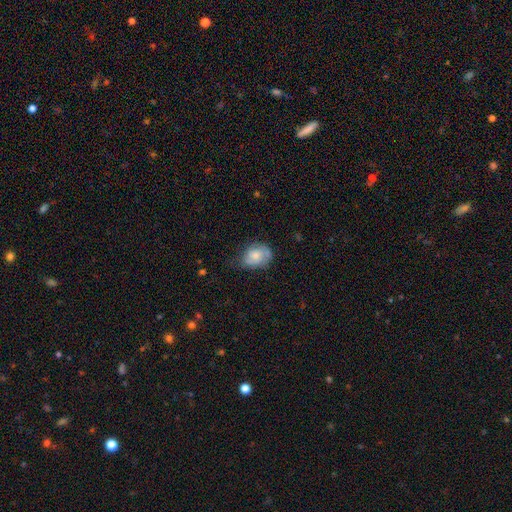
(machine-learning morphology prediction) A smooth galaxy with no disk features (64%) that is in between round and cigar-shaped (64%).

Vote fractions:
- Smooth or featured? smooth: 64% / featured or disk: 28% / star or artifact: 8%
- How rounded? in between: 64% / round: 35% / cigar-shaped: 1%
- Merging? none: 46% / minor disturbance: 38% / major disturbance: 15% / merger: 2%